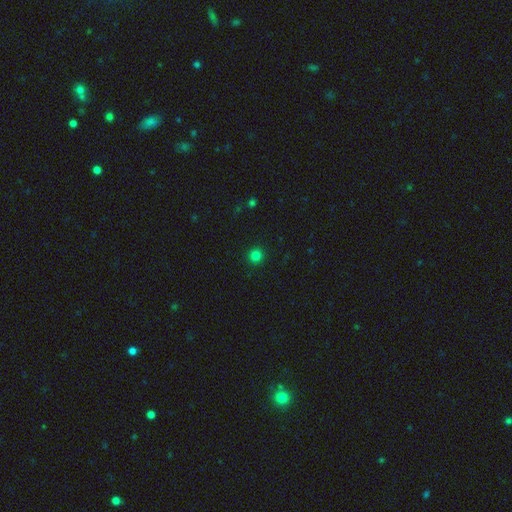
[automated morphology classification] This is clearly a smooth galaxy (82%). How rounded: clearly round (96%). Merging: clearly none (93%).